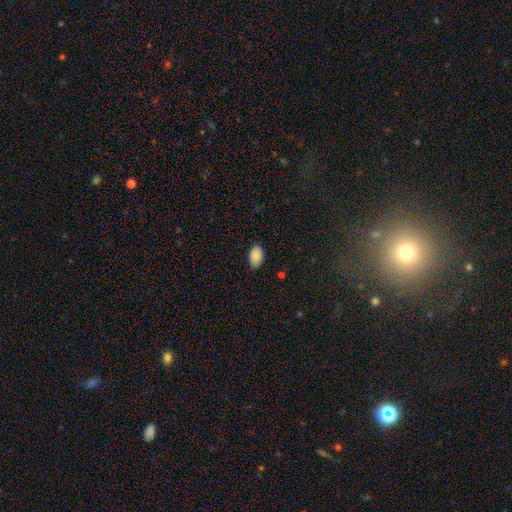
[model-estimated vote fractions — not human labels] Q: Smooth or featured?
A: smooth (89%); runner-up: star or artifact (7%)
Q: How rounded?
A: in between (92%); runner-up: round (7%)
Q: Merging?
A: none (86%); runner-up: minor disturbance (11%)